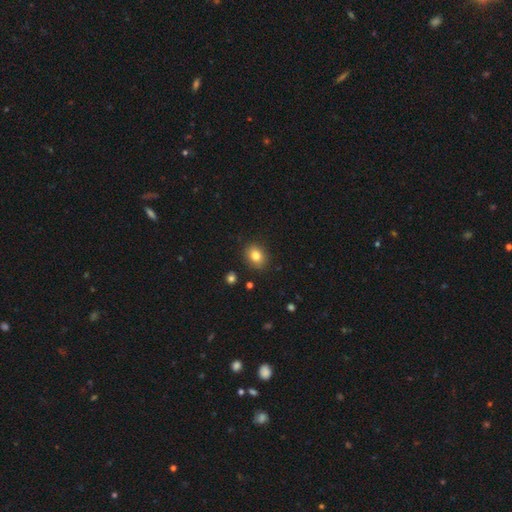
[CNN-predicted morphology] Smooth or featured? Predicted: smooth (p=0.82). How rounded? Predicted: in between (p=0.58). Merging? Predicted: none (p=0.87).